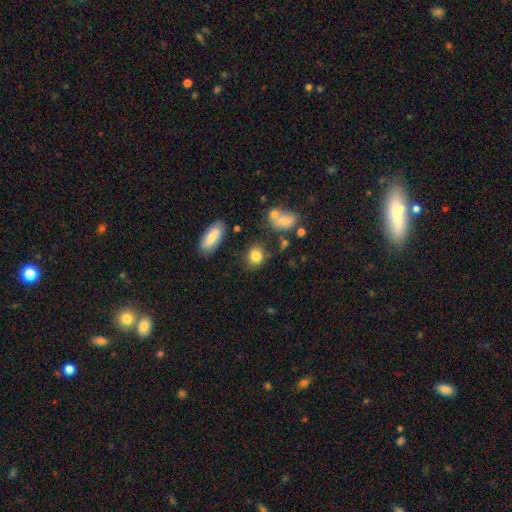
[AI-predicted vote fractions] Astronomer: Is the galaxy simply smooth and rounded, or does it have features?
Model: smooth — 83%.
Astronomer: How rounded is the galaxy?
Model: round — 59% (runner-up: in between, 39%).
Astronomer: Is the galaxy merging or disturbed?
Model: none — 73%.